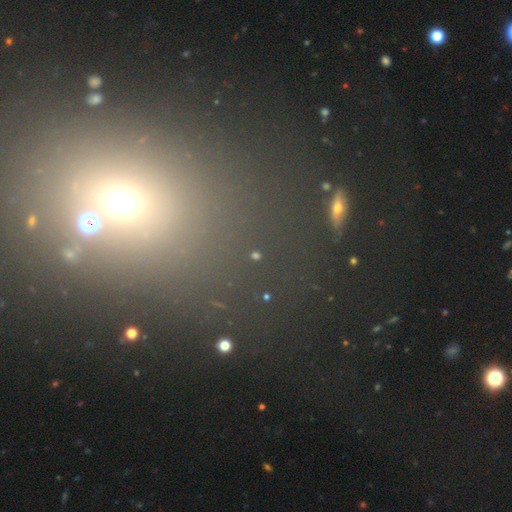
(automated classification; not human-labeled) Overall: star or artifact (49%; smooth 39%).